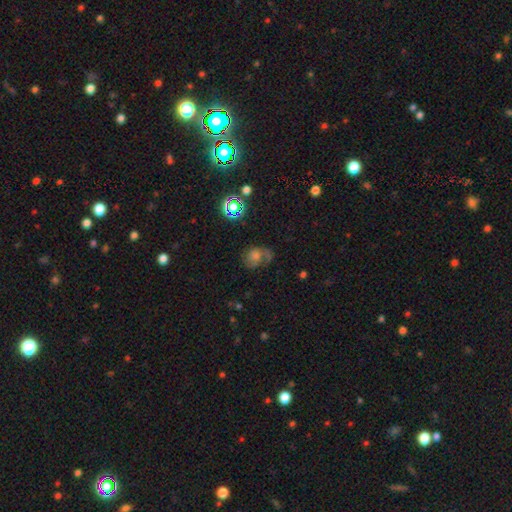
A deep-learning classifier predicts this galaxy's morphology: smooth-or-featured: featured or disk: 44% | smooth: 33% | star or artifact: 23%
  merging: none: 47% | major disturbance: 25% | minor disturbance: 22% | merger: 5%